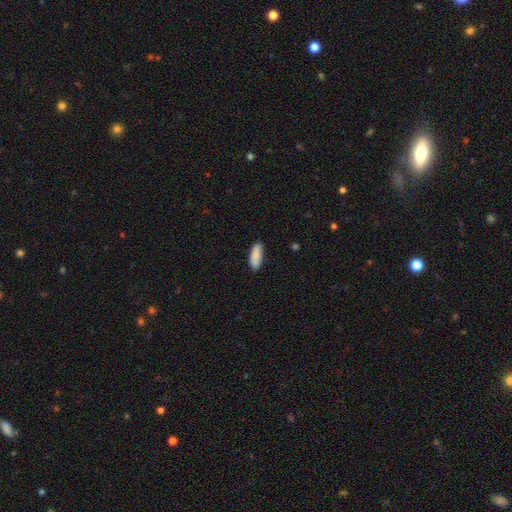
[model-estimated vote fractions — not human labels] Overall: smooth (87%). How rounded: in between (73%). Merging: none (83%).